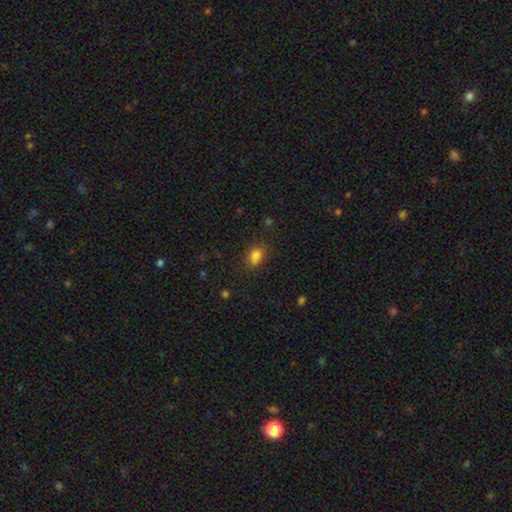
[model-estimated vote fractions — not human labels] smooth_or_featured: smooth (p=0.79) [alt: star or artifact p=0.13]
how_rounded: in between (p=0.58) [alt: round p=0.40]
merging: none (p=0.59) [alt: minor disturbance p=0.19]